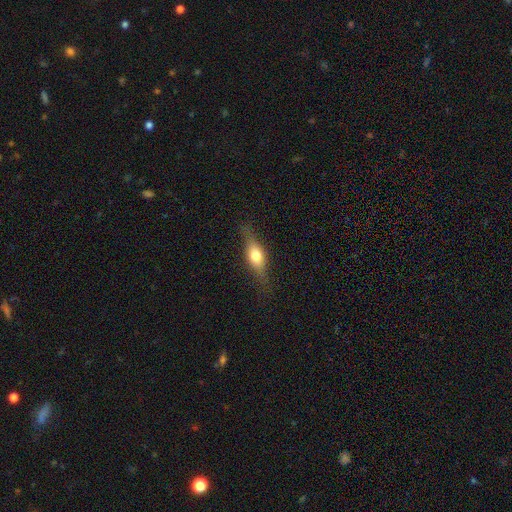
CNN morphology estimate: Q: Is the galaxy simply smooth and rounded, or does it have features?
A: smooth — 53%.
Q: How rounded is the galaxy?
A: in between — 59%.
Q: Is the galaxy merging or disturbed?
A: none — 76%.